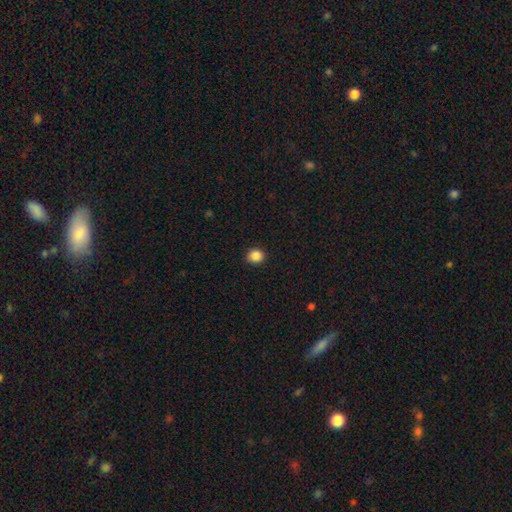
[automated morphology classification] Q: Smooth or featured?
A: smooth (88%); runner-up: star or artifact (10%)
Q: How rounded?
A: round (84%); runner-up: in between (15%)
Q: Merging?
A: none (91%); runner-up: minor disturbance (6%)